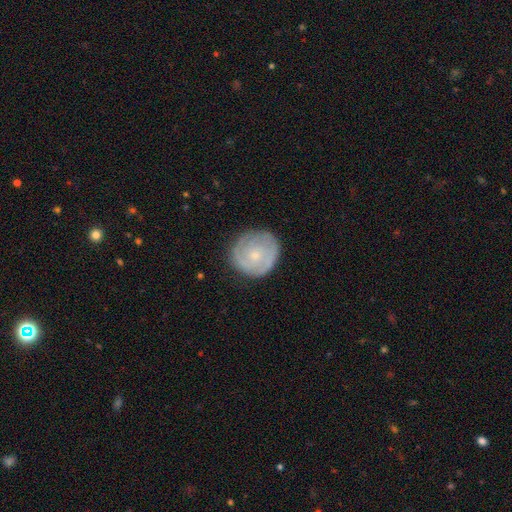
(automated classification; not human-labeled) Smooth or featured: featured or disk — 59% (smooth — 35%)
Edge-on disk: no — 98% (yes — 2%)
Bar: no — 80% (weak — 18%)
Spiral arms: yes — 81% (no — 19%)
Bulge size: small — 68% (moderate — 25%)
Merging: none — 79% (minor disturbance — 15%)